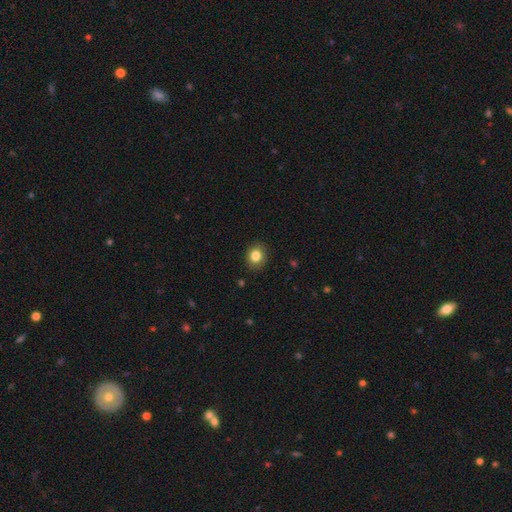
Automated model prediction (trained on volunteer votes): Smooth or featured: smooth — 83% (star or artifact — 10%)
How rounded: round — 68% (in between — 31%)
Merging: none — 88% (minor disturbance — 9%)